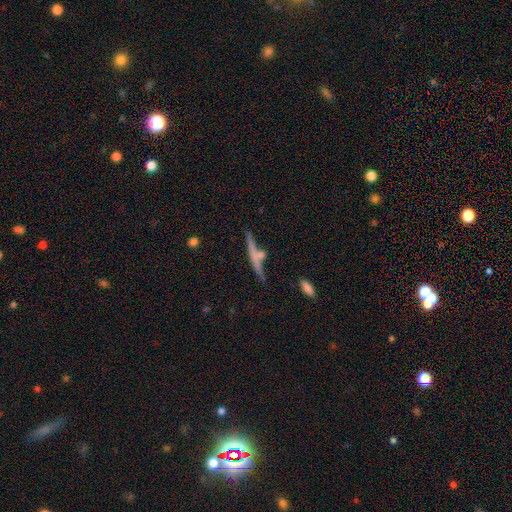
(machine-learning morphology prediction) A featured or disk galaxy (47%).

Vote fractions:
- Smooth or featured? featured or disk: 47% / smooth: 45% / star or artifact: 8%
- Merging? none: 59% / merger: 22% / minor disturbance: 14% / major disturbance: 5%